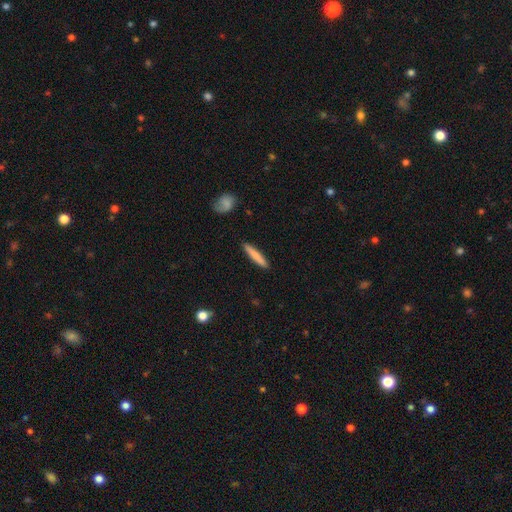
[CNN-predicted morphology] Smooth or featured?
  - smooth: 77% *
  - featured or disk: 17%
  - star or artifact: 5%
How rounded?
  - cigar-shaped: 93% *
  - in between: 6%
  - round: 1%
Merging?
  - none: 91% *
  - minor disturbance: 6%
  - major disturbance: 2%
  - merger: 1%